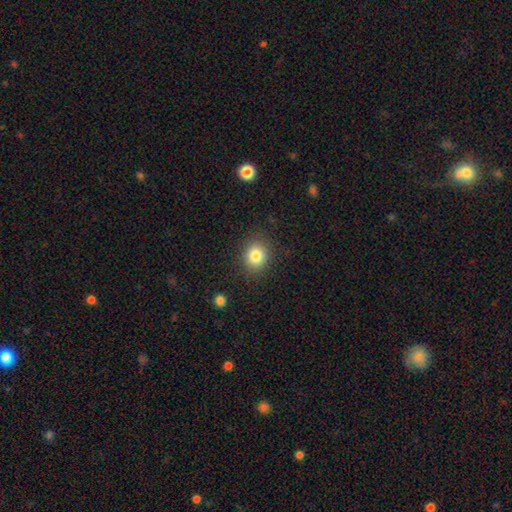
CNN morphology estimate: smooth 82%, star or artifact 11%, featured or disk 7%. Down the decision tree: how rounded — round (72%); merging — none (87%).